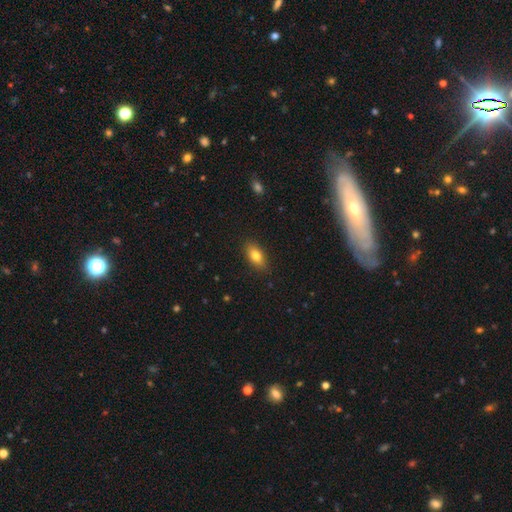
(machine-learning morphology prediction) Smooth or featured? smooth (80%)
How rounded? in between (87%)
Merging? none (87%)